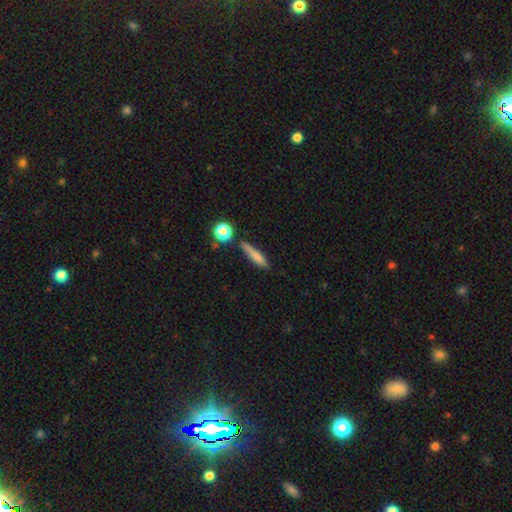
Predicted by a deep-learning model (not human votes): Overall: smooth (73%). How rounded: cigar-shaped (82%). Merging: none (73%).